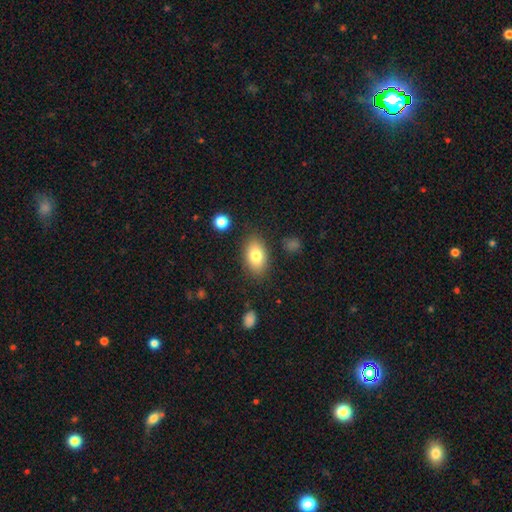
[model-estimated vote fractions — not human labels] Q: Smooth or featured?
A: smooth (78%); runner-up: featured or disk (13%)
Q: How rounded?
A: in between (89%); runner-up: round (9%)
Q: Merging?
A: none (84%); runner-up: minor disturbance (11%)